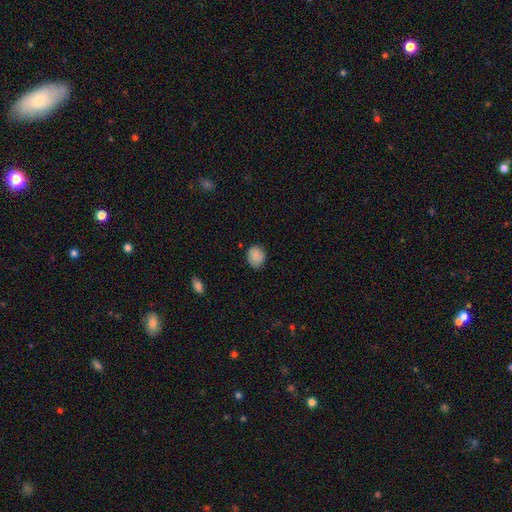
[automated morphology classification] The model was most divided on "how rounded": round: 57%, in between: 42%, cigar-shaped: 1%. More confident: smooth or featured — smooth (87%); merging — none (78%).